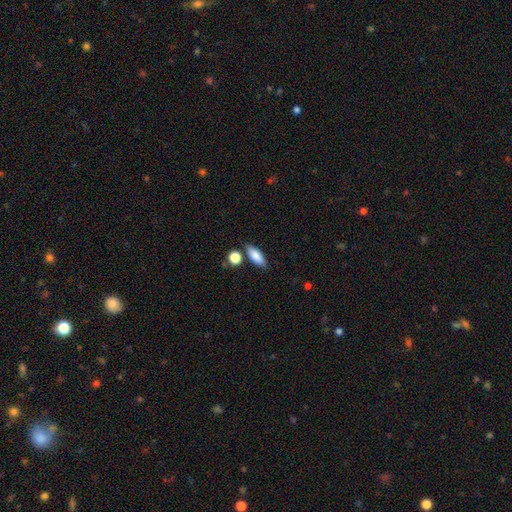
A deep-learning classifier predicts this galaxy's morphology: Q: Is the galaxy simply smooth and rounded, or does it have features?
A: smooth — 84%.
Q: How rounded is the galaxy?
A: in between — 69%.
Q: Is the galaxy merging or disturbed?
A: none — 77%.